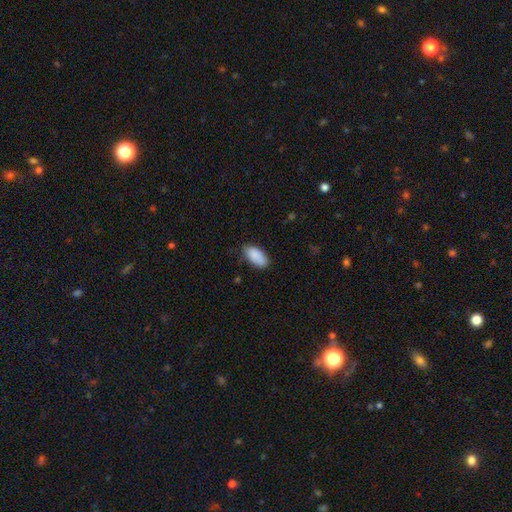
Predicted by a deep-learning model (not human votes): This is clearly a smooth galaxy (87%). How rounded: clearly in between (93%). Merging: likely none (74%).